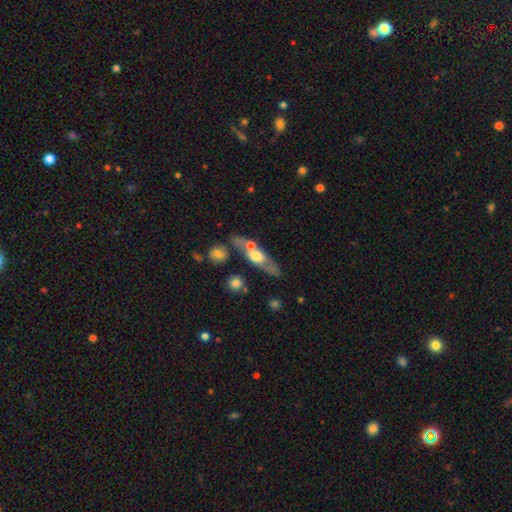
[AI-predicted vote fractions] smooth_or_featured: featured or disk (p=0.50) [alt: smooth p=0.44]
merging: none (p=0.57) [alt: merger p=0.21]